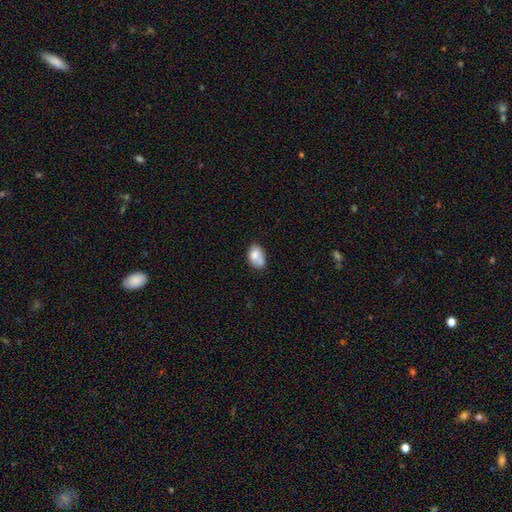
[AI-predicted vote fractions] This appears to be a smooth galaxy with no disk features (74%) that is in between round and cigar-shaped (84%). Merging: none (46%).